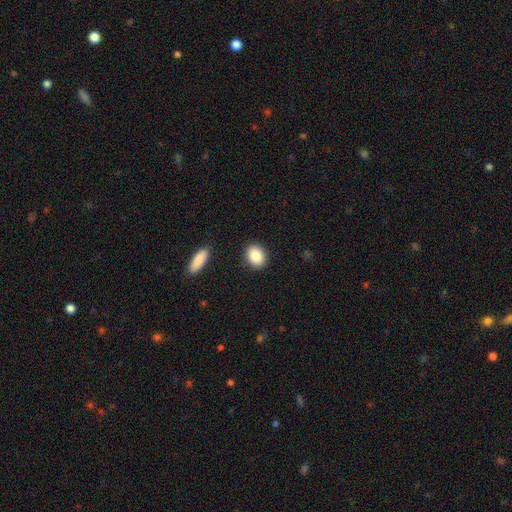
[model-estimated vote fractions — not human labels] This appears to be a smooth galaxy with no disk features (86%) that is in between round and cigar-shaped (56%). Merging: none (89%).